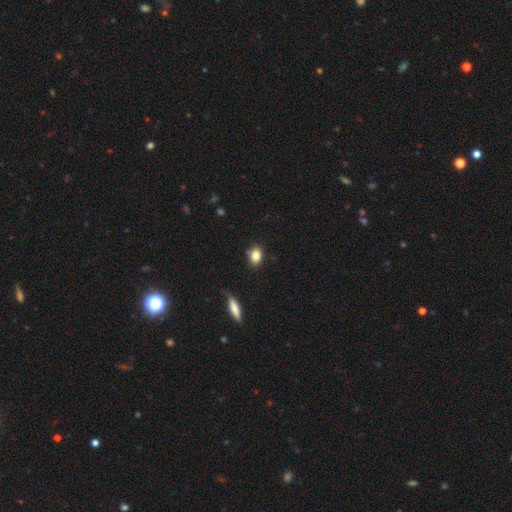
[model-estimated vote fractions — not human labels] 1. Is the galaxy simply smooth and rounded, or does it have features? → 83% smooth, 9% star or artifact, 8% featured or disk.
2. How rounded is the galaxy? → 64% in between, 34% round, 2% cigar-shaped.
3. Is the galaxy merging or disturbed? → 83% none, 12% minor disturbance, 2% major disturbance, 2% merger.